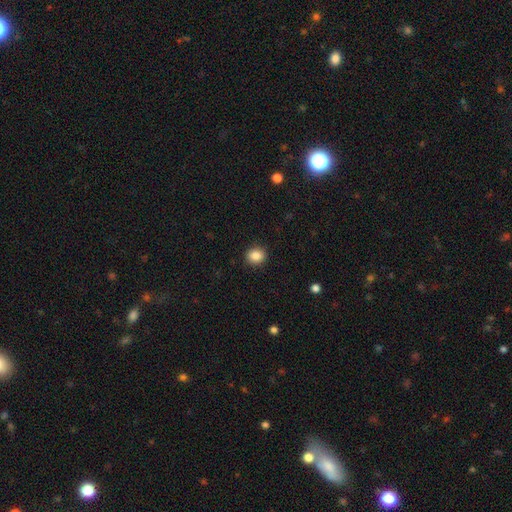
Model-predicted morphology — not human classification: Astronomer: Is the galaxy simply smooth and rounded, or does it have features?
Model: smooth — 86%.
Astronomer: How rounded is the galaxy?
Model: round — 76%.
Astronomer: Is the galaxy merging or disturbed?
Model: none — 91%.